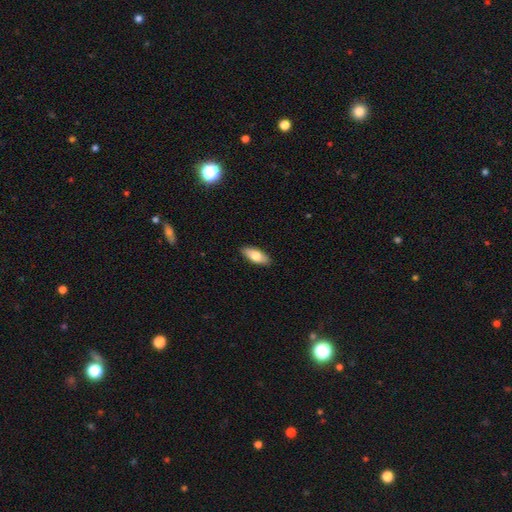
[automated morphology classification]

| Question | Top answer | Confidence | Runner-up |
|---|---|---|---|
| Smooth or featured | smooth | 74% | featured or disk (20%) |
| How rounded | in between | 80% | cigar-shaped (17%) |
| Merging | none | 89% | minor disturbance (8%) |